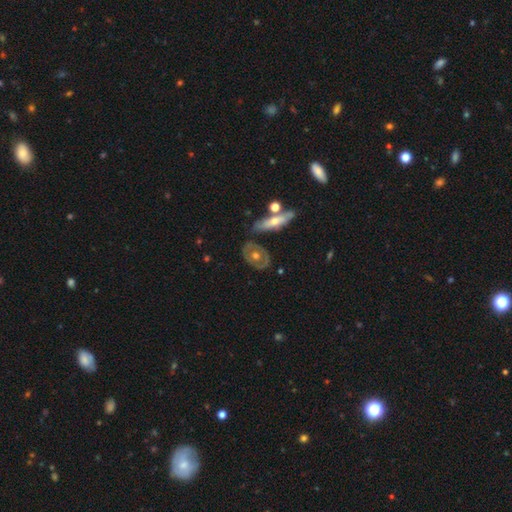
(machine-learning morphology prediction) Smooth or featured? Predicted: featured or disk (p=0.62). Edge-on disk? Predicted: no (p=0.82). Bar? Predicted: no (p=0.88). Spiral arms? Predicted: no (p=0.78). Bulge size? Predicted: moderate (p=0.73). Merging? Predicted: none (p=0.73).